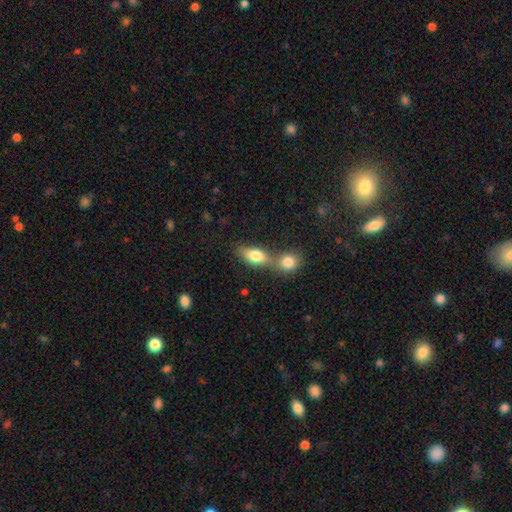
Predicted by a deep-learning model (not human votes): smooth-or-featured: smooth: 79% | featured or disk: 14% | star or artifact: 8%
  how-rounded: in between: 77% | round: 14% | cigar-shaped: 9%
  merging: merger: 60% | none: 29% | minor disturbance: 8% | major disturbance: 4%